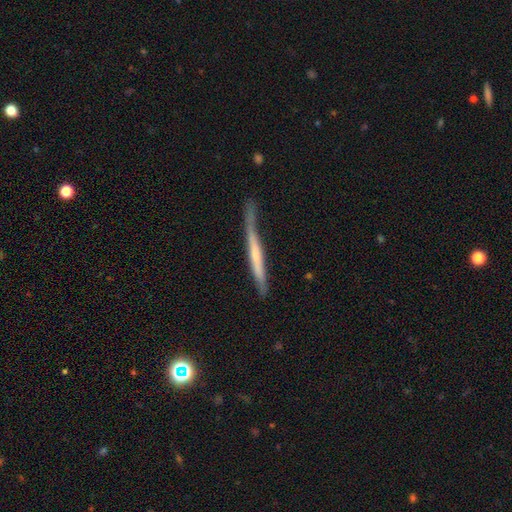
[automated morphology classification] The model was most divided on "smooth or featured": featured or disk: 54%, smooth: 41%, star or artifact: 6%. More confident: edge-on disk — yes (92%); merging — none (56%).